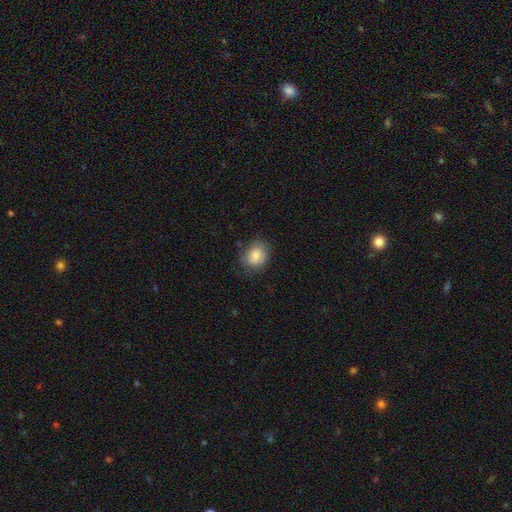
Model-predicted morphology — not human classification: Smooth or featured?
  - smooth: 82% *
  - featured or disk: 10%
  - star or artifact: 8%
How rounded?
  - round: 51% *
  - in between: 48%
  - cigar-shaped: 1%
Merging?
  - none: 72% *
  - minor disturbance: 21%
  - major disturbance: 6%
  - merger: 1%